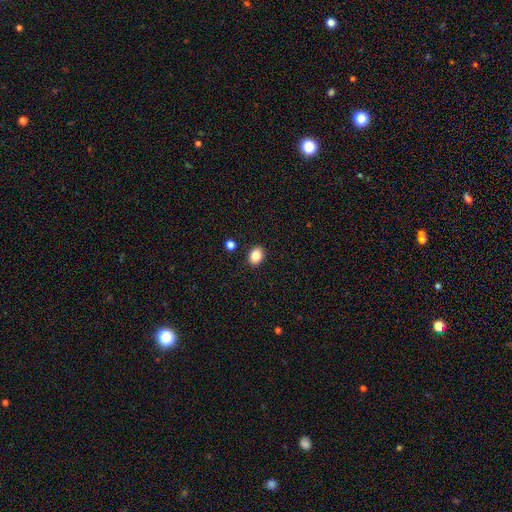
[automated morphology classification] smooth 84%, star or artifact 10%, featured or disk 6%. Down the decision tree: how rounded — in between (57%); merging — none (89%).